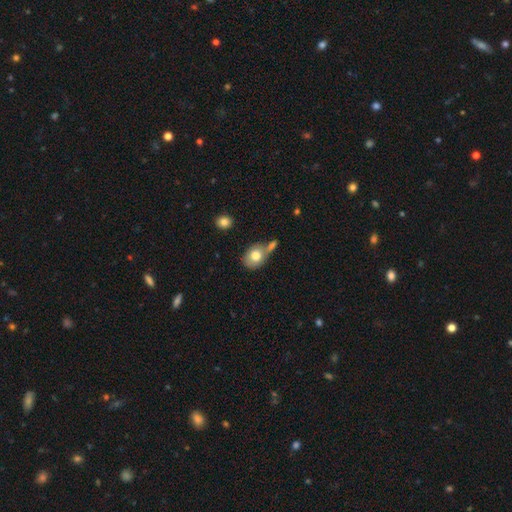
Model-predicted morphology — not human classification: The model was most divided on "how rounded": in between: 53%, round: 46%, cigar-shaped: 1%. Remaining: smooth or featured — smooth (75%); merging — none (45%).